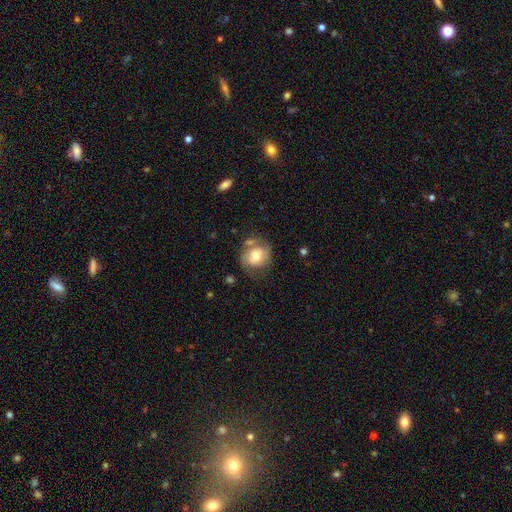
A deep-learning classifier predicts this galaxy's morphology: smooth 58%, featured or disk 34%, star or artifact 8%. Down the decision tree: how rounded — round (67%); merging — none (51%).